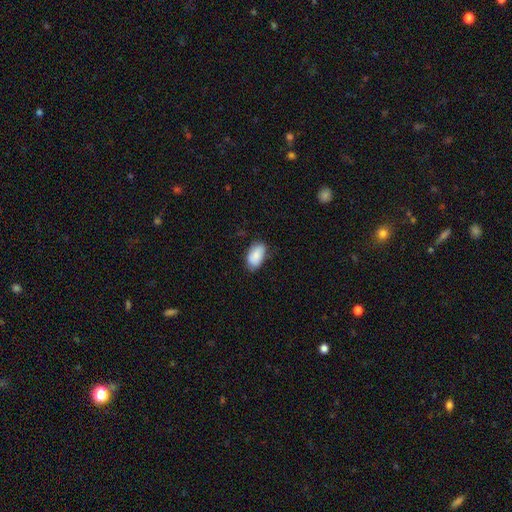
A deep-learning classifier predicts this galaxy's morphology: Smooth or featured?
  - smooth: 85% *
  - featured or disk: 9%
  - star or artifact: 6%
How rounded?
  - in between: 94% *
  - round: 4%
  - cigar-shaped: 2%
Merging?
  - none: 71% *
  - minor disturbance: 23%
  - major disturbance: 4%
  - merger: 1%